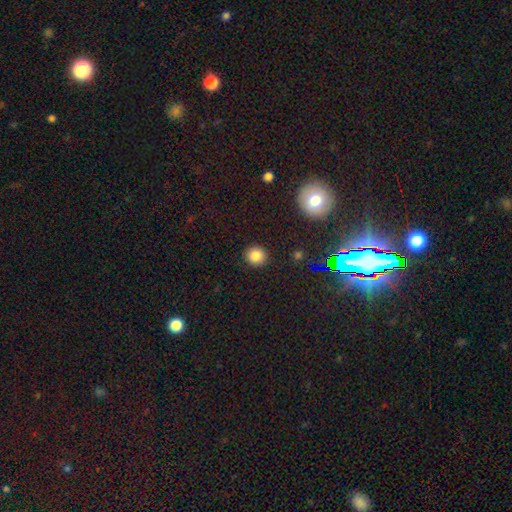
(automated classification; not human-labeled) This appears to be a smooth galaxy with no disk features (82%) that is round (90%). Merging: none (91%).